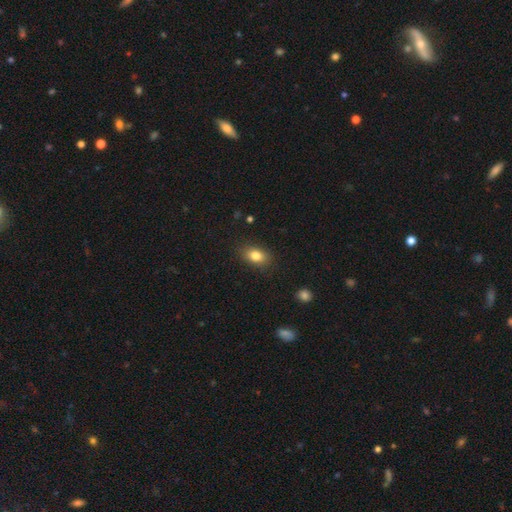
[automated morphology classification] type=smooth (82%); roundness=in between (79%); merging=none (85%).